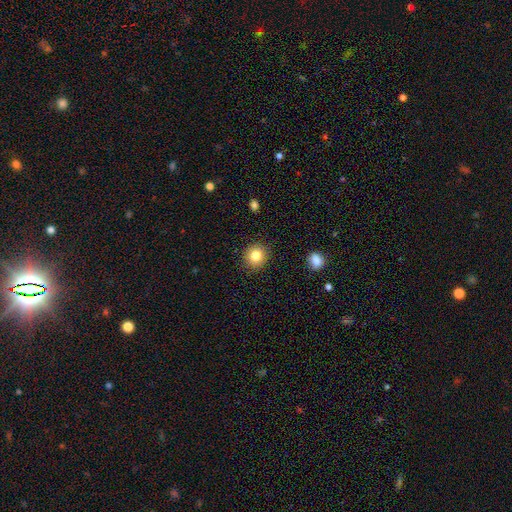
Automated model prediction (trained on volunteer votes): smooth 82%, star or artifact 10%, featured or disk 8%. Down the decision tree: how rounded — round (88%); merging — none (89%).